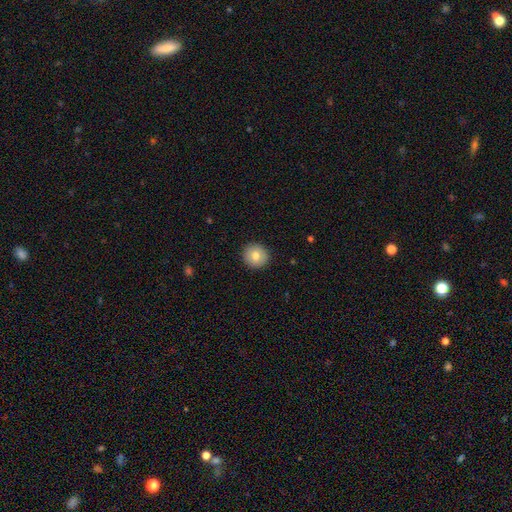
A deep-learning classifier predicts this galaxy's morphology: A smooth galaxy with no disk features (78%) that is round (93%).

Vote fractions:
- Smooth or featured? smooth: 78% / featured or disk: 13% / star or artifact: 8%
- How rounded? round: 93% / in between: 6% / cigar-shaped: 1%
- Merging? none: 92% / minor disturbance: 6% / major disturbance: 2% / merger: 1%